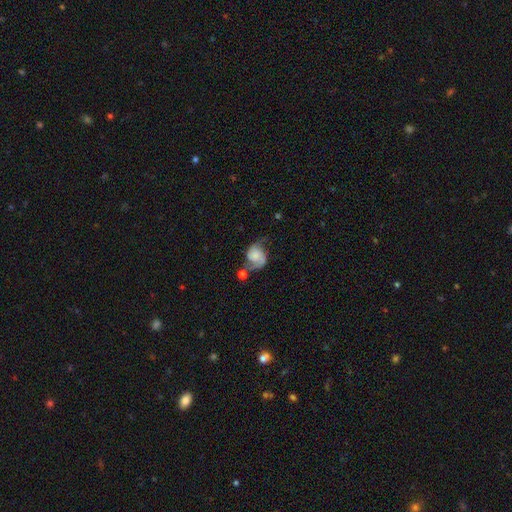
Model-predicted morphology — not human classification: featured or disk 72%, smooth 20%, star or artifact 8%. Down the decision tree: edge-on disk — no (98%); bar — no (71%); spiral arms — yes (94%); spiral arm count — 2 (84%); spiral winding — medium (43%); bulge size — small (31%); merging — none (44%).